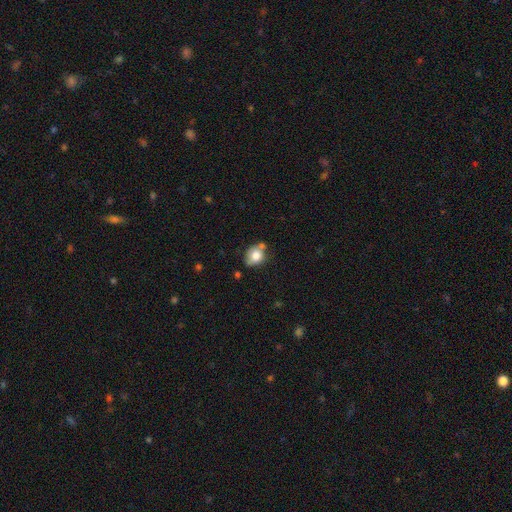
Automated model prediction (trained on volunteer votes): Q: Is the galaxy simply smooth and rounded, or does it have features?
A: smooth — 75%.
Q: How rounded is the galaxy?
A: round — 50%.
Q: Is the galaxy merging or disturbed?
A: none — 52%.